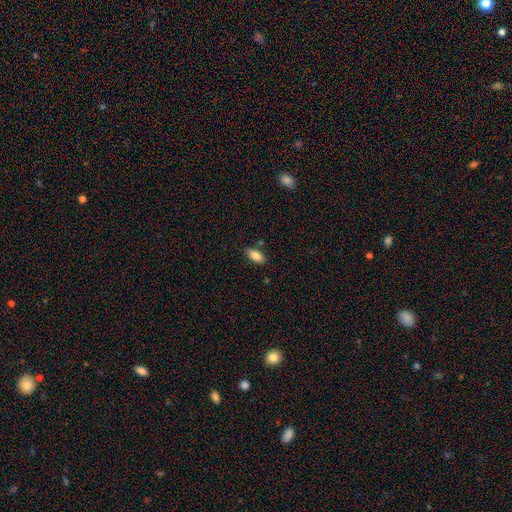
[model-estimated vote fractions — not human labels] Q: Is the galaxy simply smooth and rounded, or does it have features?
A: smooth — 84%.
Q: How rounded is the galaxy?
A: in between — 90%.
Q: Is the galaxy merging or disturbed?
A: none — 82%.